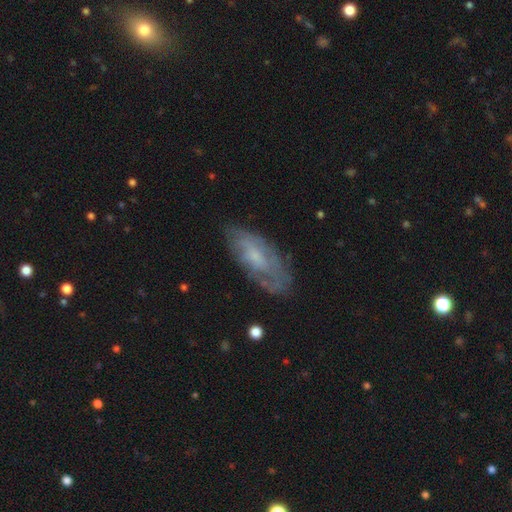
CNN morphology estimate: smooth-or-featured: featured or disk: 56% | smooth: 37% | star or artifact: 7%
  disk-edge-on: no: 87% | yes: 13%
  merging: none: 68% | minor disturbance: 23% | major disturbance: 8% | merger: 2%